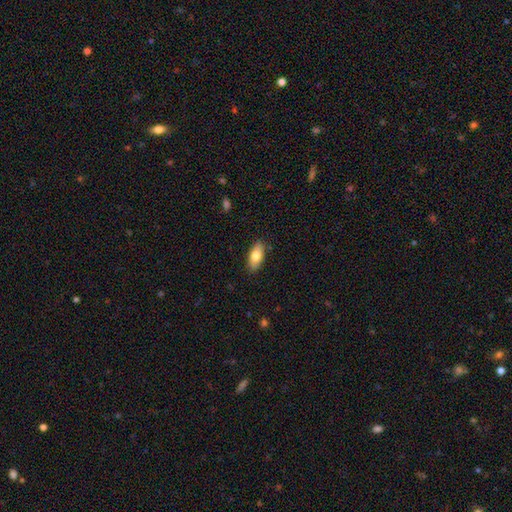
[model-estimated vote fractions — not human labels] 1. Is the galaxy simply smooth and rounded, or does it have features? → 77% smooth, 17% featured or disk, 6% star or artifact.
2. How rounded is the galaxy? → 86% in between, 11% cigar-shaped, 3% round.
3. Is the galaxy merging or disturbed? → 87% none, 10% minor disturbance, 2% major disturbance, 1% merger.